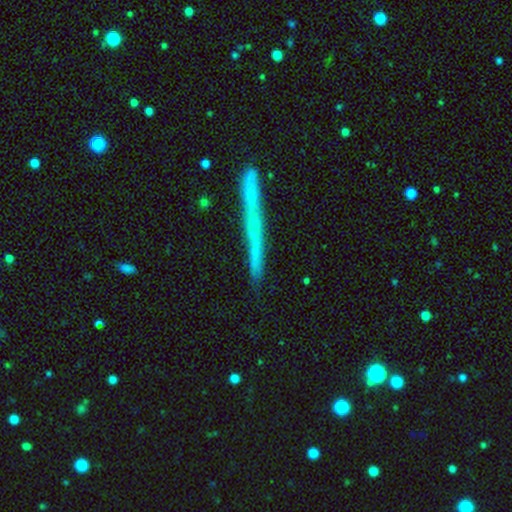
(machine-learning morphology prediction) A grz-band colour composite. It shows a smooth galaxy with no disk features (40%). Merging: none (75%).